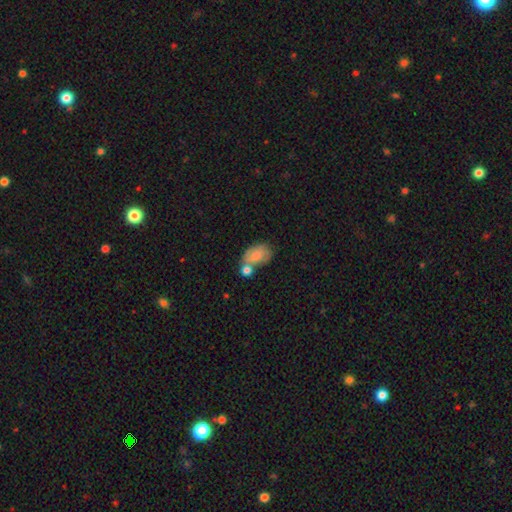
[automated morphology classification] type=smooth (70%); roundness=in between (87%); merging=merger (37%).